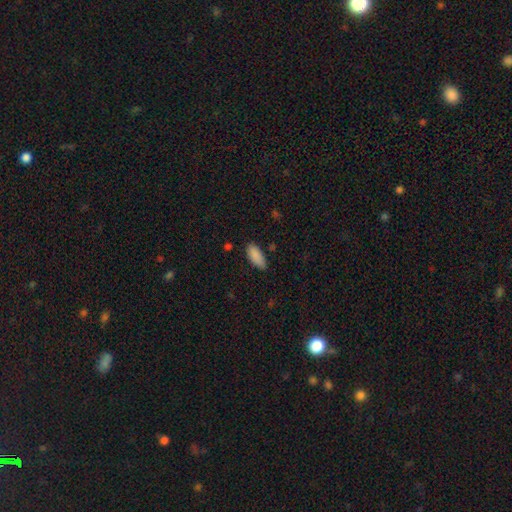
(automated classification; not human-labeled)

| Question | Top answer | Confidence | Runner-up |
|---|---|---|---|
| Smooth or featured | smooth | 89% | star or artifact (7%) |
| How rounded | in between | 83% | cigar-shaped (15%) |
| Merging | none | 82% | minor disturbance (14%) |